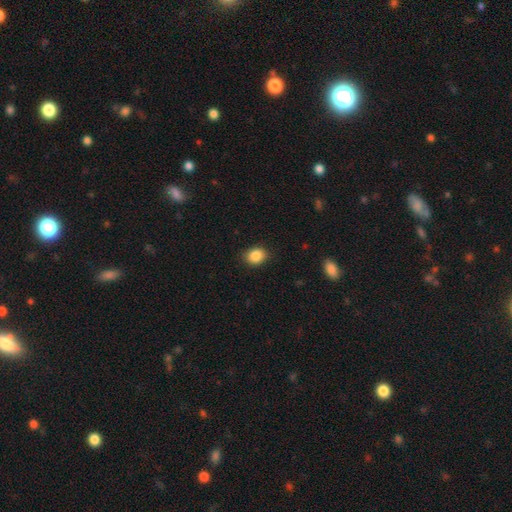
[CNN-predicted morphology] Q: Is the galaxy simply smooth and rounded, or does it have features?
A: smooth — 87%.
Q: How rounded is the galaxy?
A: round — 51%.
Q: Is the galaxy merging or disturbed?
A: none — 86%.